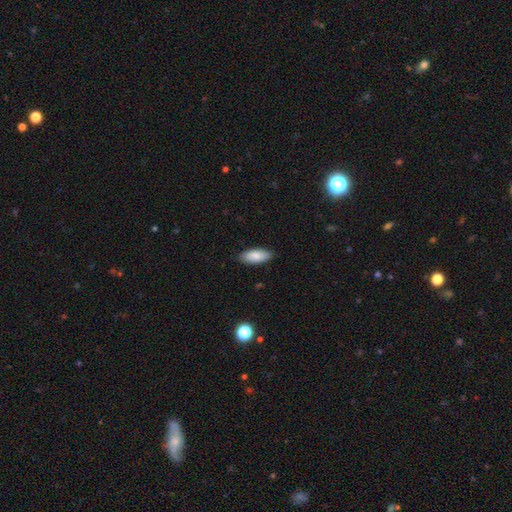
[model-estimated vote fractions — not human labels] A smooth galaxy with no disk features (86%) that is in between round and cigar-shaped (82%).

Vote fractions:
- Smooth or featured? smooth: 86% / featured or disk: 8% / star or artifact: 6%
- How rounded? in between: 82% / cigar-shaped: 16% / round: 2%
- Merging? none: 87% / minor disturbance: 10% / major disturbance: 2% / merger: 1%